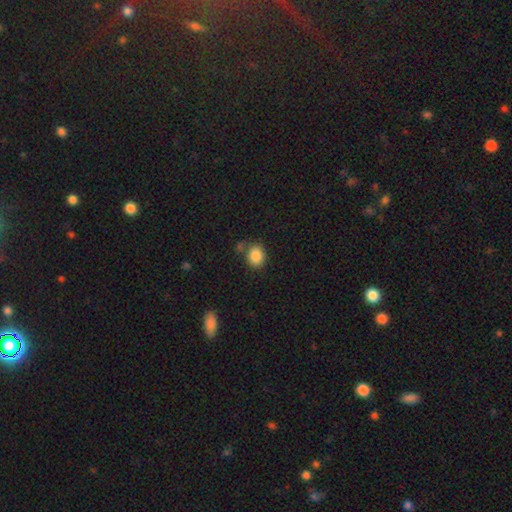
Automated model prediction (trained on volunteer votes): smooth-or-featured: smooth: 86% | star or artifact: 9% | featured or disk: 5%
  how-rounded: round: 56% | in between: 43% | cigar-shaped: 1%
  merging: none: 71% | minor disturbance: 14% | merger: 11% | major disturbance: 4%